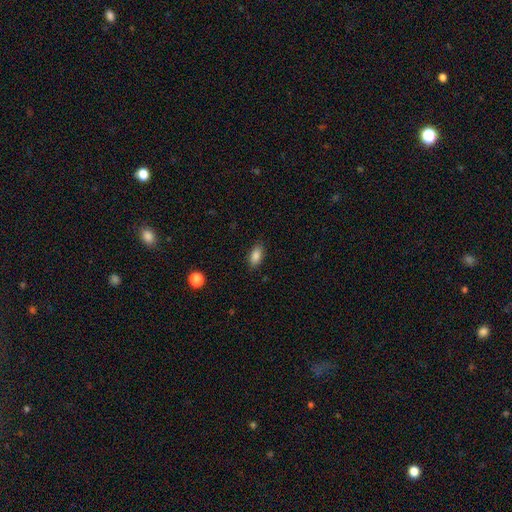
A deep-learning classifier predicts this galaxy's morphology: Smooth or featured: smooth — 86% (star or artifact — 8%)
How rounded: in between — 90% (cigar-shaped — 5%)
Merging: none — 86% (minor disturbance — 10%)